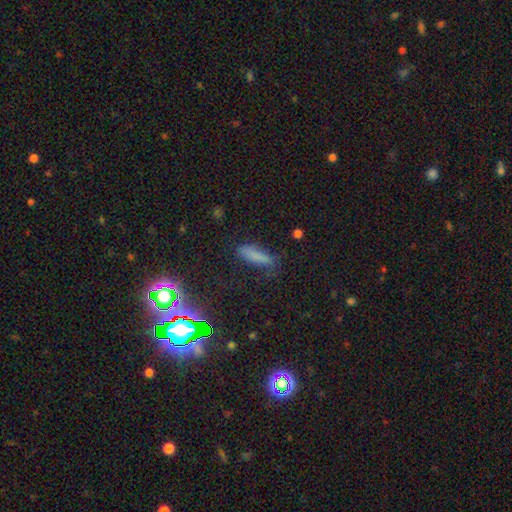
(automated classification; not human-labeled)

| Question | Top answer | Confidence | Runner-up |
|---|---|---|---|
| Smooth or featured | smooth | 71% | star or artifact (19%) |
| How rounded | cigar-shaped | 63% | in between (34%) |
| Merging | none | 72% | minor disturbance (20%) |